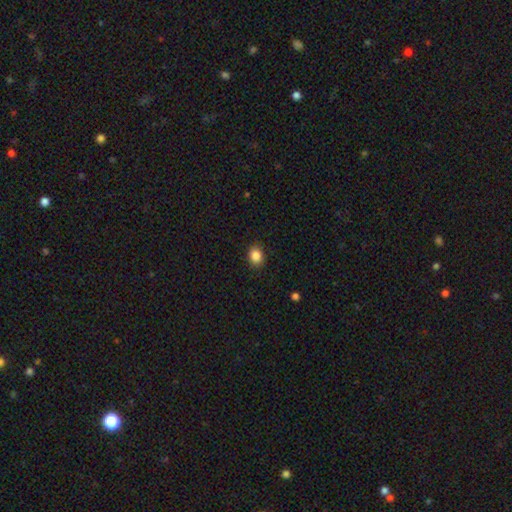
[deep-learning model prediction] A smooth galaxy with no disk features (87%) that is in between round and cigar-shaped (54%).

Vote fractions:
- Smooth or featured? smooth: 87% / star or artifact: 9% / featured or disk: 4%
- How rounded? in between: 54% / round: 45% / cigar-shaped: 1%
- Merging? none: 88% / minor disturbance: 8% / major disturbance: 2% / merger: 1%